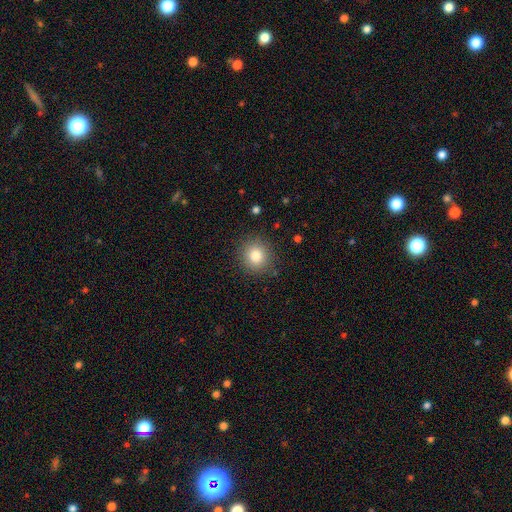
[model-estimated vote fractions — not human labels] A smooth galaxy with no disk features (82%) that is round (89%). Merging: none (87%).